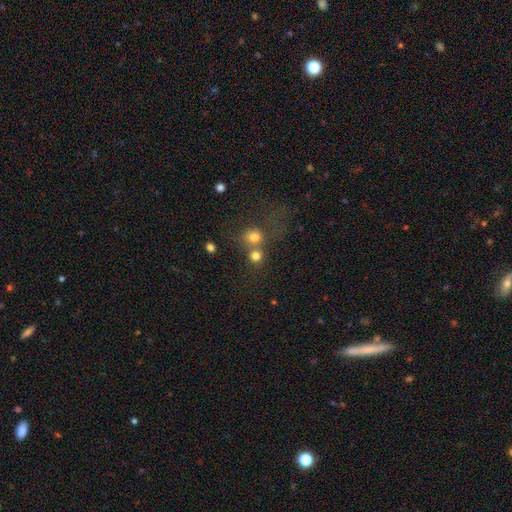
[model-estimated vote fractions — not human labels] Morphology: type=smooth (75%); roundness=round (86%); merging=none (45%).